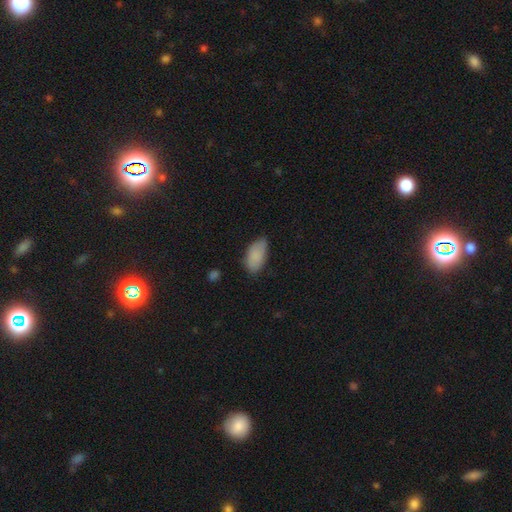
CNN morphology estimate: Smooth or featured: smooth — 88% (star or artifact — 6%)
How rounded: in between — 94% (cigar-shaped — 3%)
Merging: none — 71% (minor disturbance — 24%)